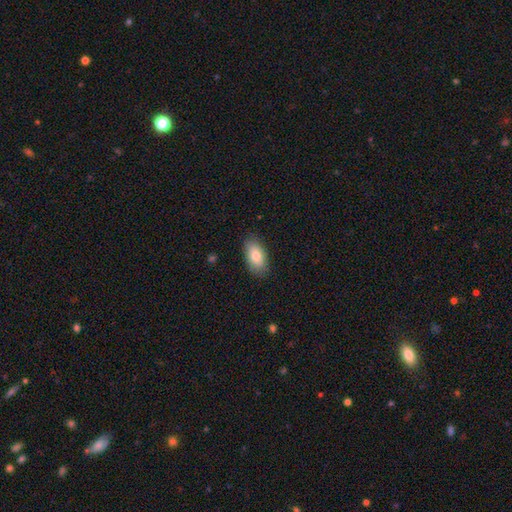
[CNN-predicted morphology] smooth_or_featured: smooth (p=0.81) [alt: featured or disk p=0.13]
how_rounded: in between (p=0.93) [alt: round p=0.04]
merging: none (p=0.84) [alt: minor disturbance p=0.13]